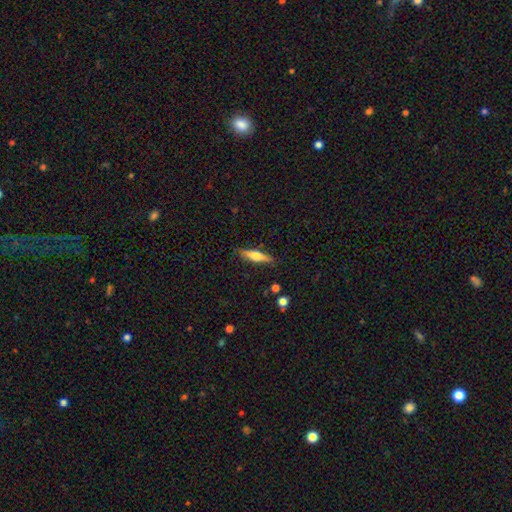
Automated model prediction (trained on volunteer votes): smooth_or_featured: smooth (p=0.50) [alt: featured or disk p=0.44]
merging: none (p=0.85) [alt: minor disturbance p=0.11]